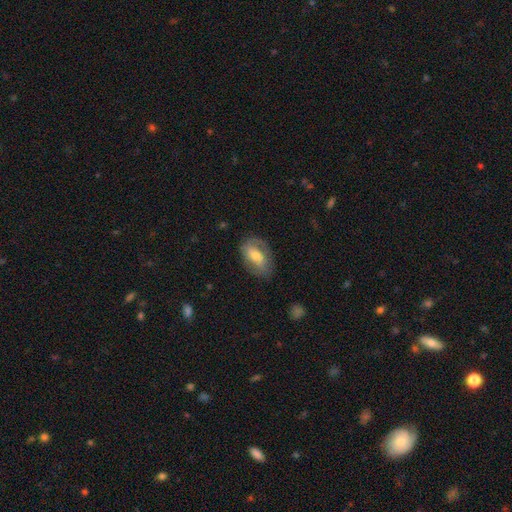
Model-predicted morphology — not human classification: The model was most divided on "smooth or featured": featured or disk: 48%, smooth: 45%, star or artifact: 7%. More confident: merging — none (72%).